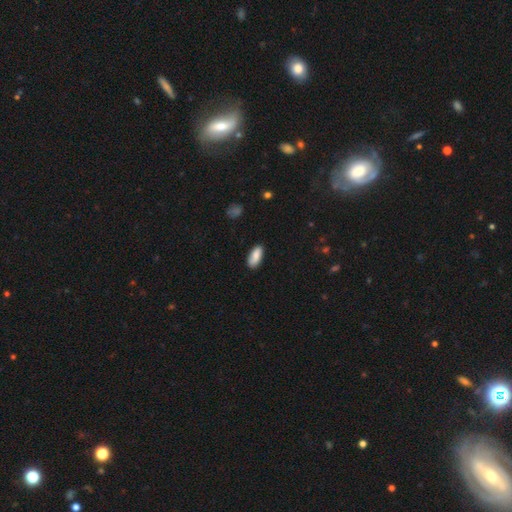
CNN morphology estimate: smooth-or-featured: smooth: 84% | featured or disk: 10% | star or artifact: 6%
  how-rounded: in between: 87% | cigar-shaped: 11% | round: 2%
  merging: none: 83% | minor disturbance: 13% | major disturbance: 2% | merger: 1%